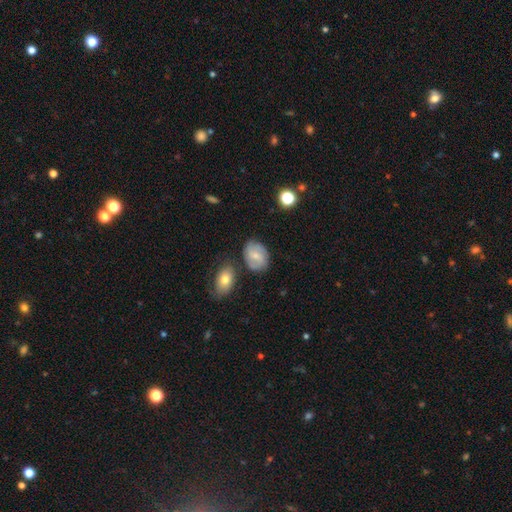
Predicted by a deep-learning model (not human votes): Smooth or featured? featured or disk (46%, tied with smooth)
Merging? none (71%)